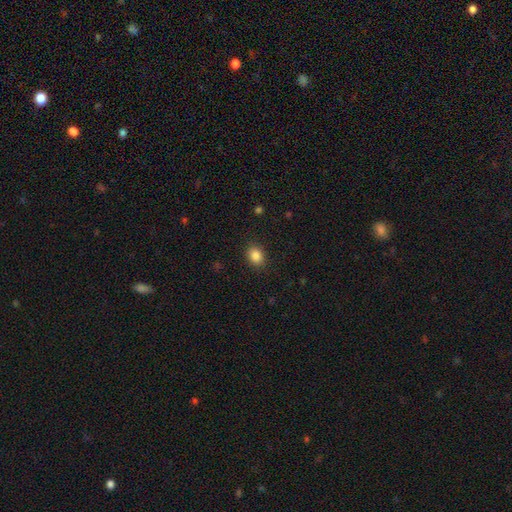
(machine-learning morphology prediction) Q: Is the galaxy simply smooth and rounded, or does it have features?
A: smooth — 86%.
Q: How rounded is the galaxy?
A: in between — 57%.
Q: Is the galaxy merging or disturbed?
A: none — 88%.